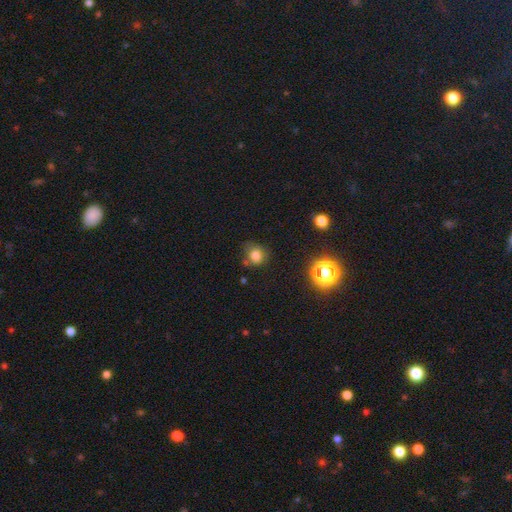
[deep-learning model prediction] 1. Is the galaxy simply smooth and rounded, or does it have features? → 77% smooth, 15% star or artifact, 7% featured or disk.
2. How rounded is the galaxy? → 73% round, 26% in between, 1% cigar-shaped.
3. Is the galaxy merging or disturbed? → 64% none, 21% minor disturbance, 8% merger, 7% major disturbance.